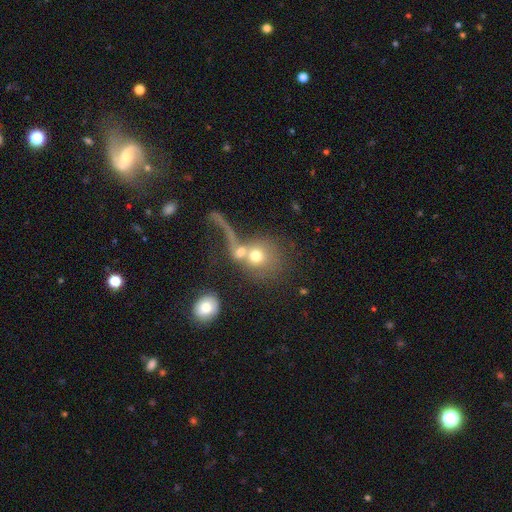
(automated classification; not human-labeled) The model was most divided on "smooth or featured": smooth: 60%, featured or disk: 28%, star or artifact: 12%. More confident: how rounded — round (79%); merging — merger (55%).